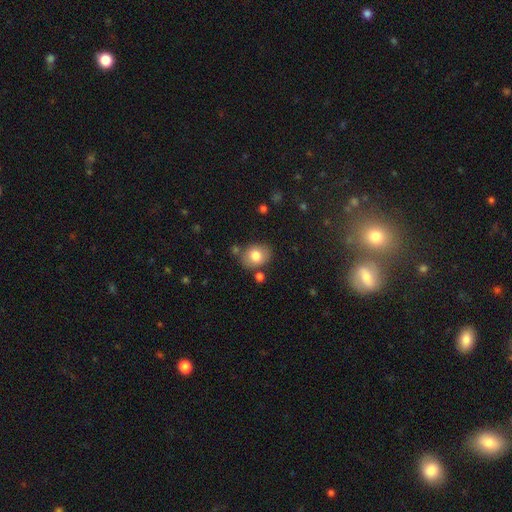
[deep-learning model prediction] Overall: smooth (77%). How rounded: round (51%; in between 48%). Merging: none (74%).